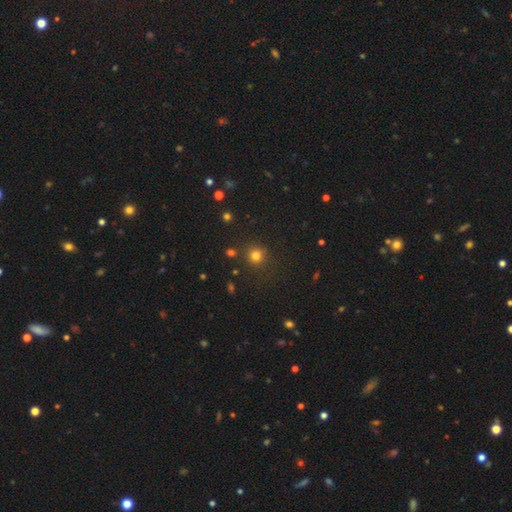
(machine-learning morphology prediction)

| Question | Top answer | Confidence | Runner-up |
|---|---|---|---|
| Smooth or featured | smooth | 78% | star or artifact (17%) |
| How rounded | round | 91% | in between (8%) |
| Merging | none | 83% | minor disturbance (9%) |